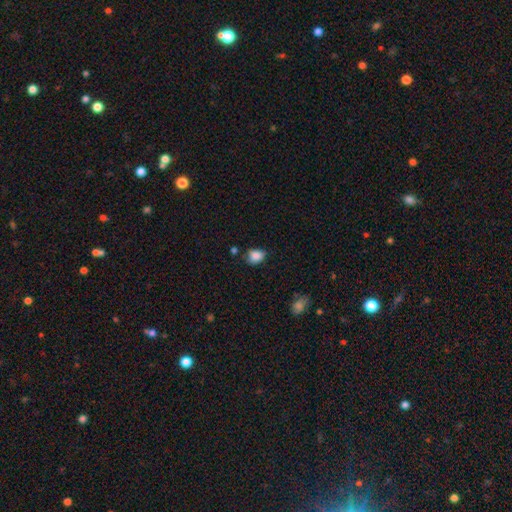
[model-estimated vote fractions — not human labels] smooth_or_featured: smooth (p=0.84) [alt: star or artifact p=0.09]
how_rounded: in between (p=0.62) [alt: round p=0.36]
merging: none (p=0.60) [alt: minor disturbance p=0.29]